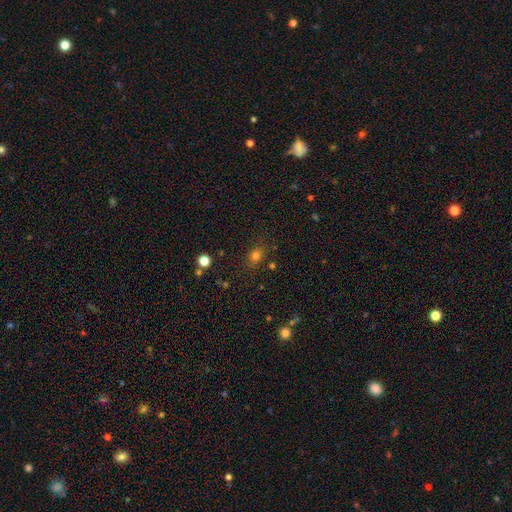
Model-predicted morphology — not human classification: Q: Smooth or featured?
A: smooth (76%); runner-up: star or artifact (17%)
Q: How rounded?
A: round (55%); runner-up: in between (43%)
Q: Merging?
A: none (81%); runner-up: minor disturbance (13%)